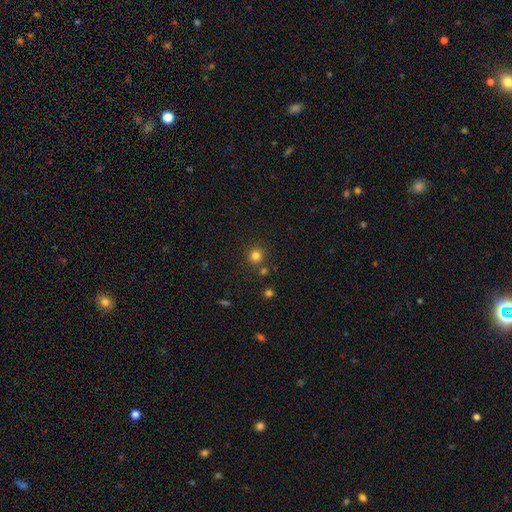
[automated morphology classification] Smooth or featured?
  - smooth: 80% *
  - star or artifact: 15%
  - featured or disk: 5%
How rounded?
  - round: 92% *
  - in between: 7%
  - cigar-shaped: 1%
Merging?
  - none: 81% *
  - merger: 8%
  - minor disturbance: 8%
  - major disturbance: 3%